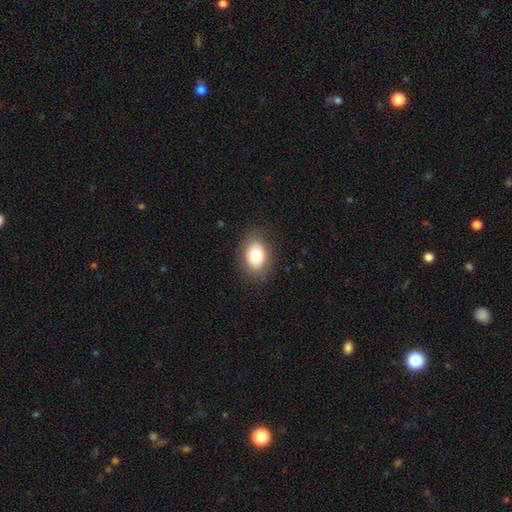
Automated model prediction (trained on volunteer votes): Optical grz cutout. It shows a smooth galaxy with no disk features (78%) that is in between round and cigar-shaped (79%). Merging: none (85%).